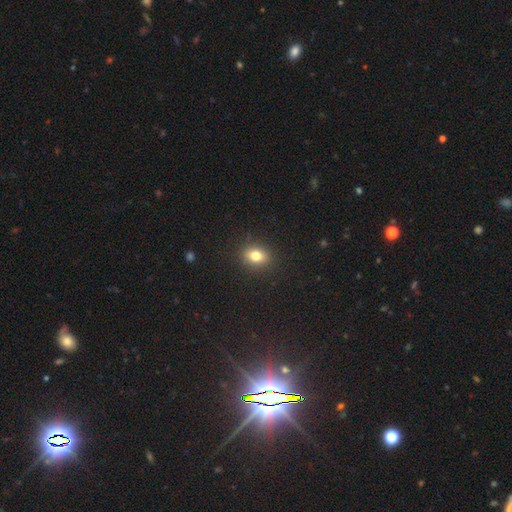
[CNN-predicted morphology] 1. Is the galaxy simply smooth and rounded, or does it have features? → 78% smooth, 12% star or artifact, 10% featured or disk.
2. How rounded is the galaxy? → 58% in between, 41% round, 2% cigar-shaped.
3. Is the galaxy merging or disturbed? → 88% none, 8% minor disturbance, 2% major disturbance, 1% merger.